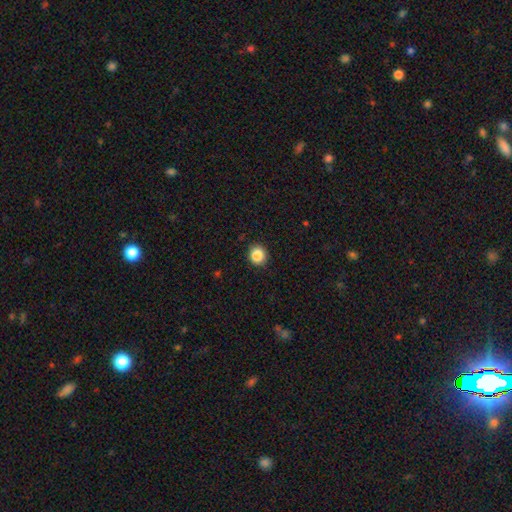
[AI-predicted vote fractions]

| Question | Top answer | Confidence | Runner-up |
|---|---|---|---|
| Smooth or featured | smooth | 86% | star or artifact (10%) |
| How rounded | round | 86% | in between (13%) |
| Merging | none | 90% | minor disturbance (7%) |